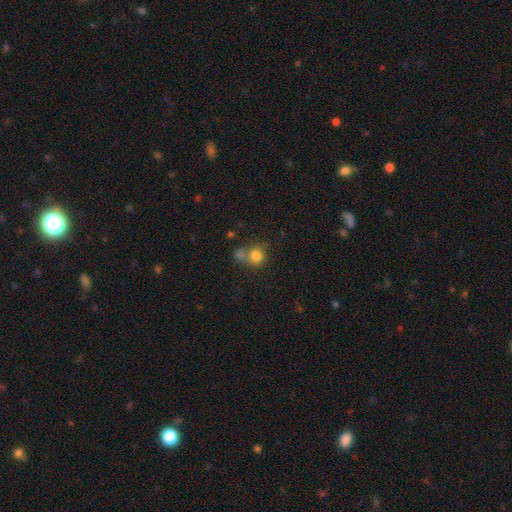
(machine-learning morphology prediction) Smooth or featured: smooth — 80% (star or artifact — 11%)
How rounded: round — 81% (in between — 18%)
Merging: none — 44% (merger — 38%)